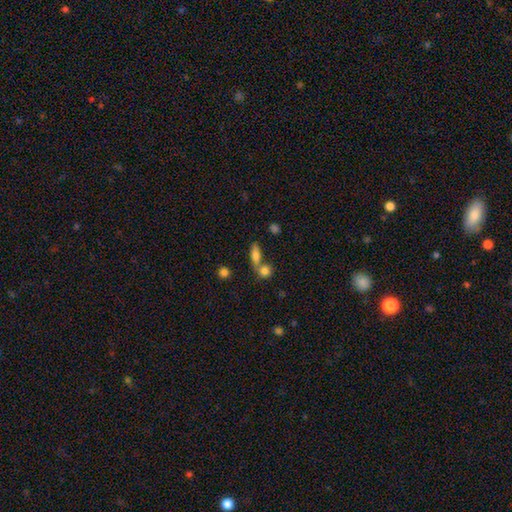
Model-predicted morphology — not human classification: smooth-or-featured: smooth: 76% | featured or disk: 13% | star or artifact: 10%
  how-rounded: in between: 60% | cigar-shaped: 25% | round: 15%
  merging: none: 46% | merger: 39% | minor disturbance: 10% | major disturbance: 5%